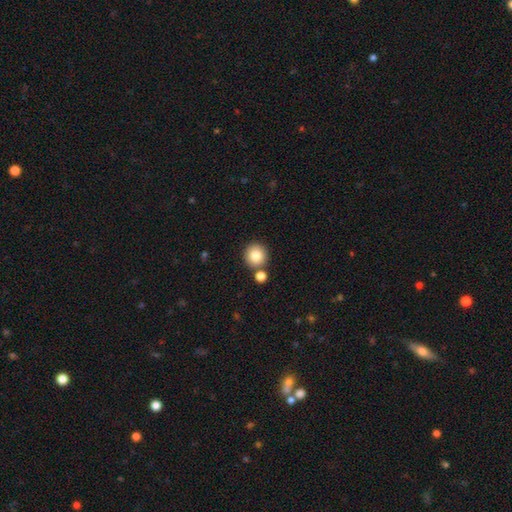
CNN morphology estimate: Q: Smooth or featured?
A: smooth (83%); runner-up: star or artifact (10%)
Q: How rounded?
A: round (93%); runner-up: in between (6%)
Q: Merging?
A: none (77%); runner-up: merger (14%)